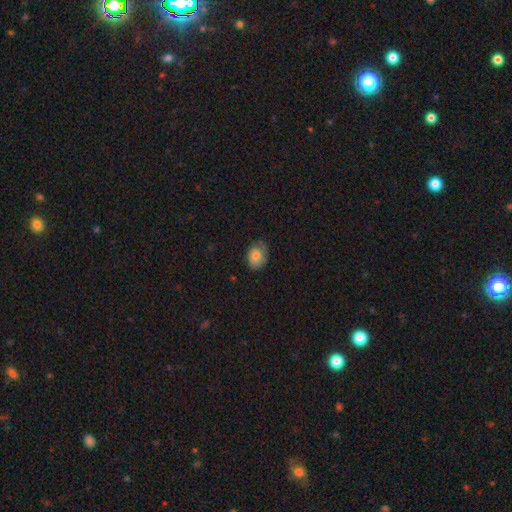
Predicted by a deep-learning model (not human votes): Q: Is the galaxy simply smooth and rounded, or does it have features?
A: smooth — 78%.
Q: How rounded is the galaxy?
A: in between — 65%.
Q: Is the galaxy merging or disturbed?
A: none — 66%.